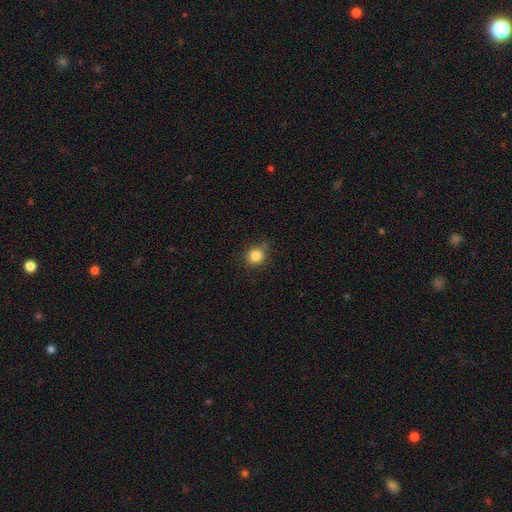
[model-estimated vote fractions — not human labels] A smooth galaxy with no disk features (84%) that is round (88%).

Vote fractions:
- Smooth or featured? smooth: 84% / star or artifact: 11% / featured or disk: 5%
- How rounded? round: 88% / in between: 11% / cigar-shaped: 1%
- Merging? none: 81% / minor disturbance: 13% / major disturbance: 3% / merger: 3%